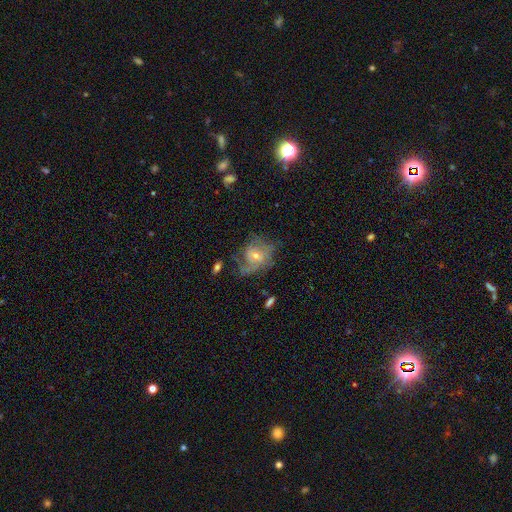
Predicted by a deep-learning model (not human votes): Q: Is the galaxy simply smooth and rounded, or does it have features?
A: featured or disk — 66%.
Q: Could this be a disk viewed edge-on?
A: no — 96%.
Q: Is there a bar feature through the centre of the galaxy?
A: no — 68%.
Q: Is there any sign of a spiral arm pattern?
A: yes — 76%.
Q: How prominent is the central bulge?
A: small — 59%.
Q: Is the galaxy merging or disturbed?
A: none — 46%.